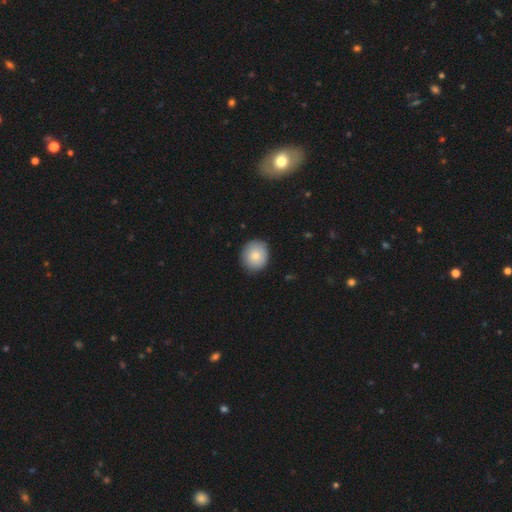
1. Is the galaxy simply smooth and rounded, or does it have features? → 92% smooth, 5% star or artifact, 3% featured or disk.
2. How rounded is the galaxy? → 89% round, 11% in between, 0% cigar-shaped.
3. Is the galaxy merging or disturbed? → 95% none, 3% minor disturbance, 3% merger, 0% major disturbance.